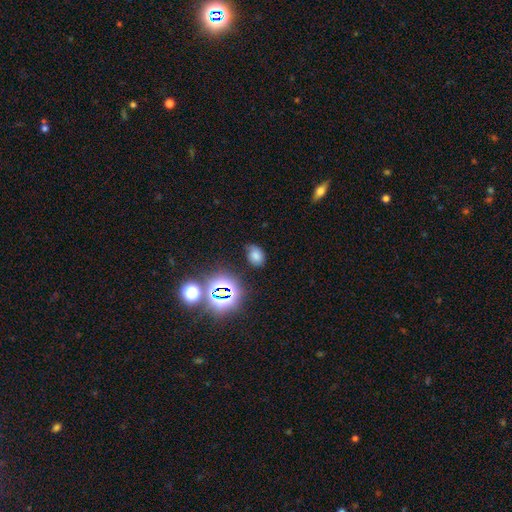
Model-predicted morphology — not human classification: smooth 65%, star or artifact 24%, featured or disk 11%. Down the decision tree: how rounded — in between (71%); merging — none (68%).